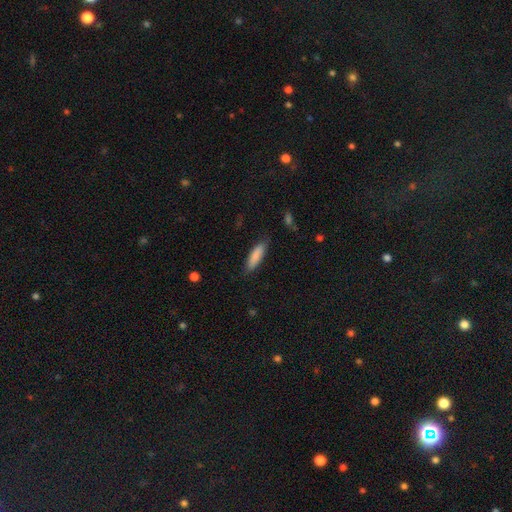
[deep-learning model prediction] smooth_or_featured: smooth (p=0.86) [alt: featured or disk p=0.08]
how_rounded: cigar-shaped (p=0.59) [alt: in between p=0.39]
merging: none (p=0.82) [alt: minor disturbance p=0.14]